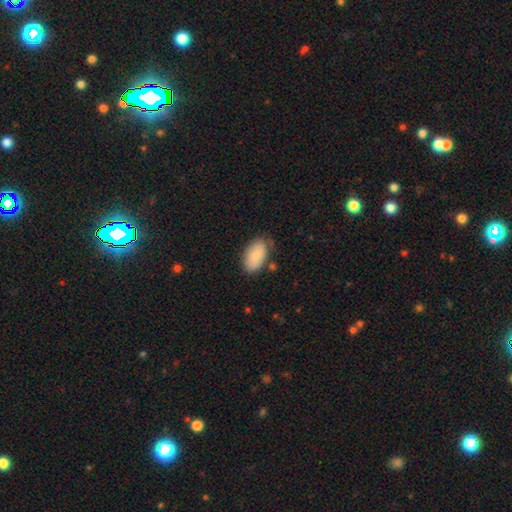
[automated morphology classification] type=smooth (83%); roundness=in between (94%); merging=none (70%).